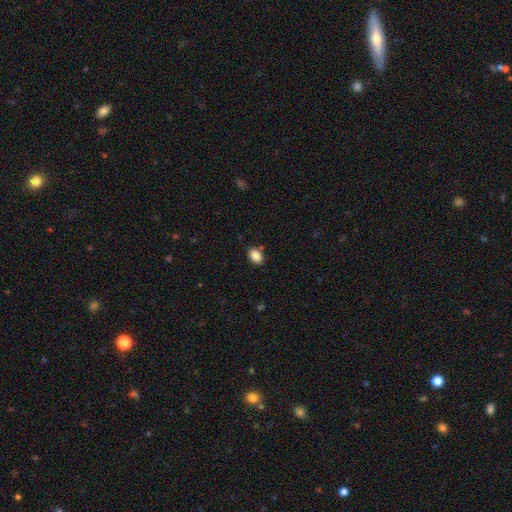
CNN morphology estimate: Smooth or featured: smooth — 86% (star or artifact — 9%)
How rounded: in between — 82% (round — 17%)
Merging: none — 85% (minor disturbance — 10%)